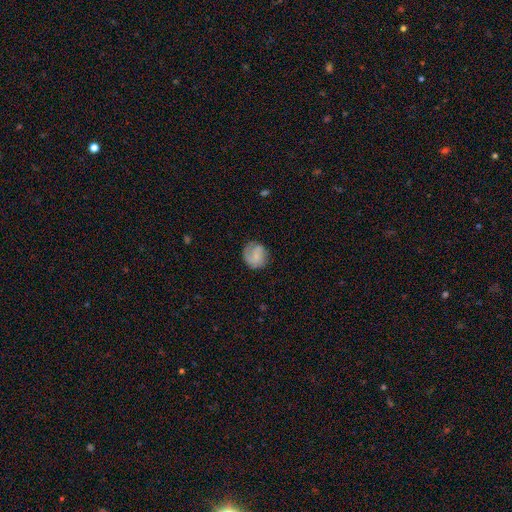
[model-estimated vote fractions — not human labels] smooth 49%, featured or disk 44%, star or artifact 8%. Down the decision tree: merging — none (69%).